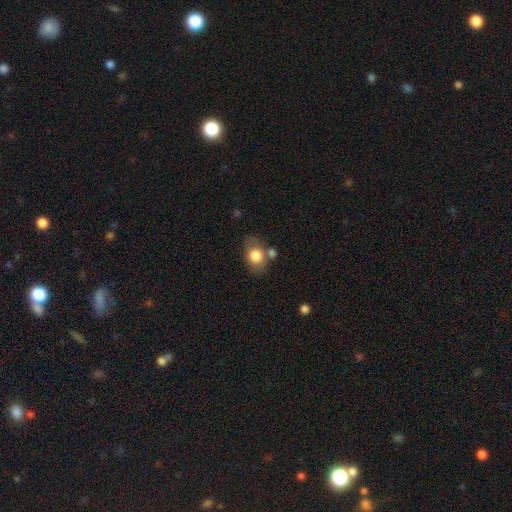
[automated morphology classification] The model was most divided on "how rounded": in between: 61%, round: 38%, cigar-shaped: 1%. More confident: smooth or featured — smooth (77%); merging — none (61%).